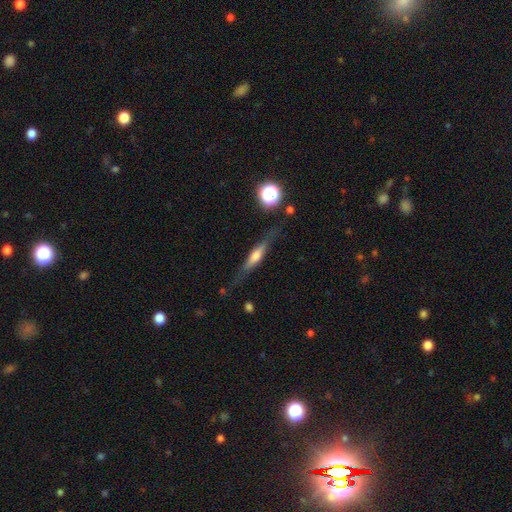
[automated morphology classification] This appears to be a featured or disk galaxy (54%) viewed edge-on (92%). Merging: none (76%).